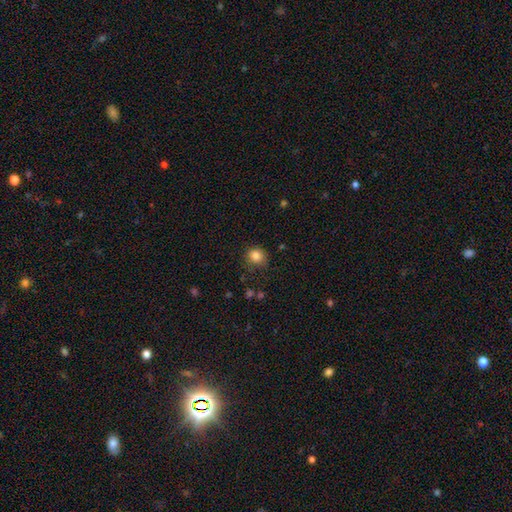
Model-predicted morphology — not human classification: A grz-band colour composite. It shows a smooth galaxy with no disk features (84%) that is round (80%). Merging: none (78%).